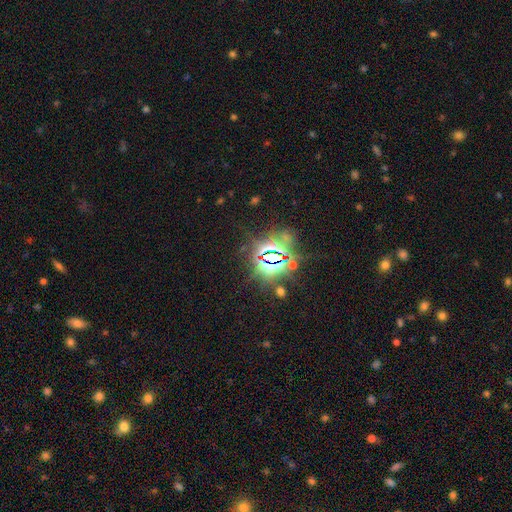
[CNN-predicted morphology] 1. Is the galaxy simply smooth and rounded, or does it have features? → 83% star or artifact, 9% smooth, 8% featured or disk.